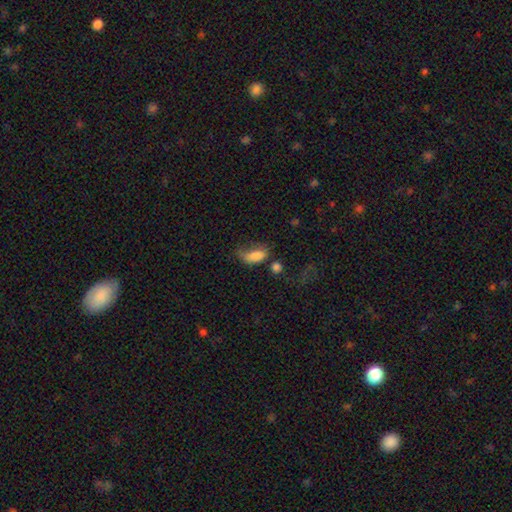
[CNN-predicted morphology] smooth 80%, featured or disk 11%, star or artifact 10%. Down the decision tree: how rounded — in between (87%); merging — major disturbance (33%).